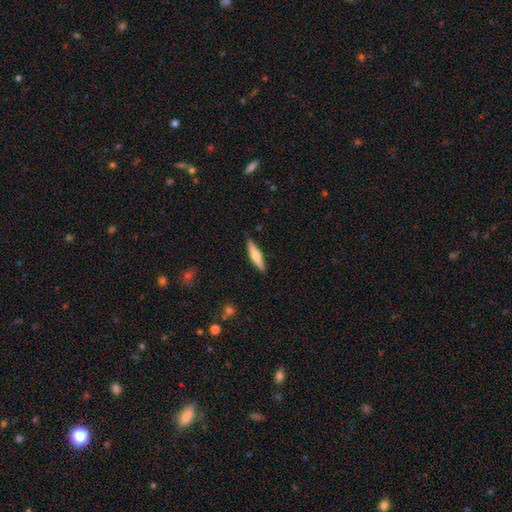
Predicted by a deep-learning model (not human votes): Q: Smooth or featured?
A: smooth (56%); runner-up: featured or disk (39%)
Q: How rounded?
A: cigar-shaped (81%); runner-up: in between (17%)
Q: Merging?
A: none (89%); runner-up: minor disturbance (8%)